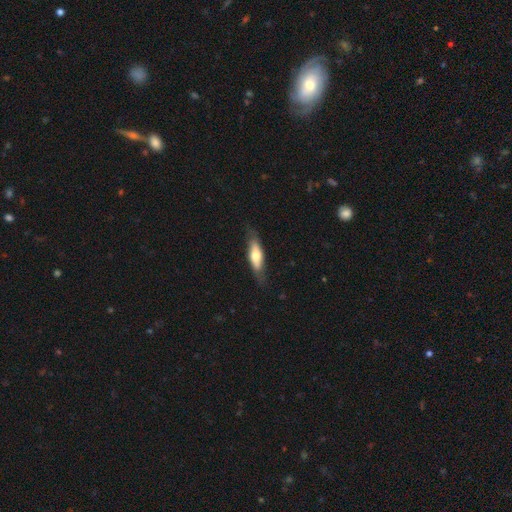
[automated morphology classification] Smooth or featured? smooth (58%)
How rounded? cigar-shaped (50%)
Merging? none (73%)